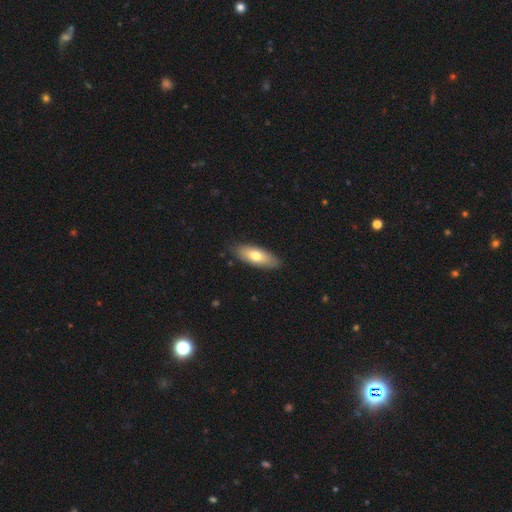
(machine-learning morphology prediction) type=smooth (70%); roundness=in between (72%); merging=none (85%).